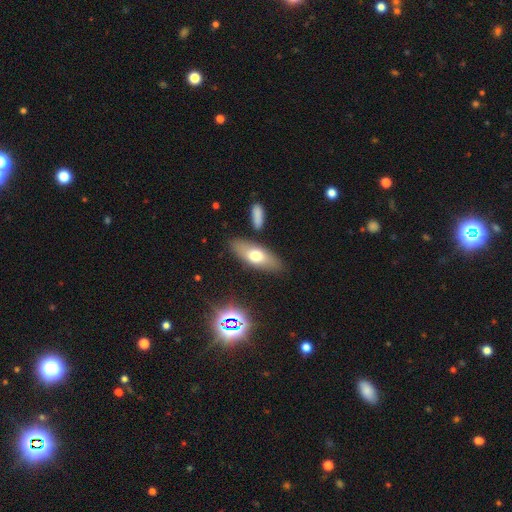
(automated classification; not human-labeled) smooth-or-featured: smooth: 64% | featured or disk: 27% | star or artifact: 9%
  how-rounded: in between: 72% | cigar-shaped: 25% | round: 4%
  merging: none: 83% | minor disturbance: 11% | merger: 4% | major disturbance: 3%